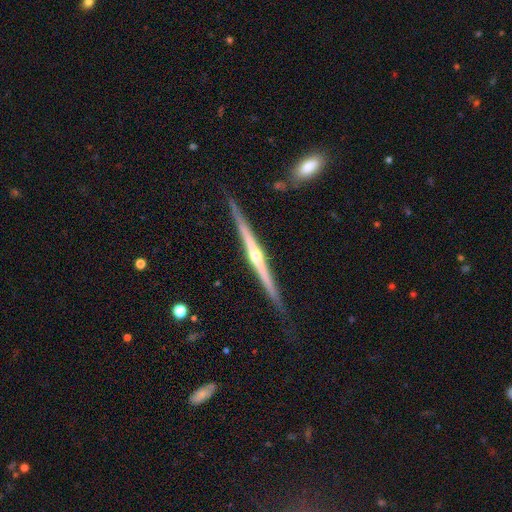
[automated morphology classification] Overall: featured or disk (85%). Edge-on disk: yes (98%). Edge-on bulge: rounded (85%). Merging: none (86%).